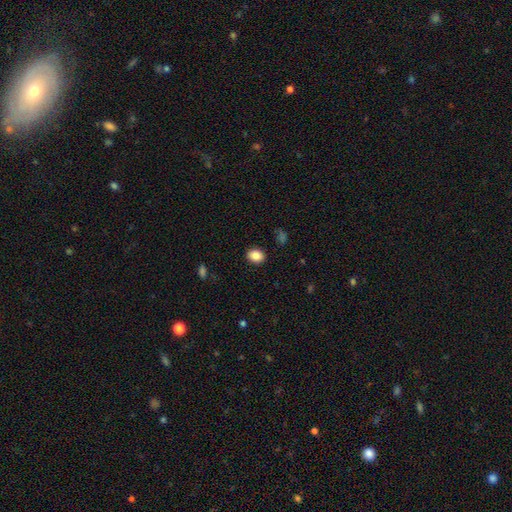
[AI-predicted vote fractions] Smooth or featured?
  - smooth: 87% *
  - star or artifact: 9%
  - featured or disk: 5%
How rounded?
  - in between: 58% *
  - round: 41%
  - cigar-shaped: 1%
Merging?
  - none: 90% *
  - minor disturbance: 7%
  - major disturbance: 2%
  - merger: 1%